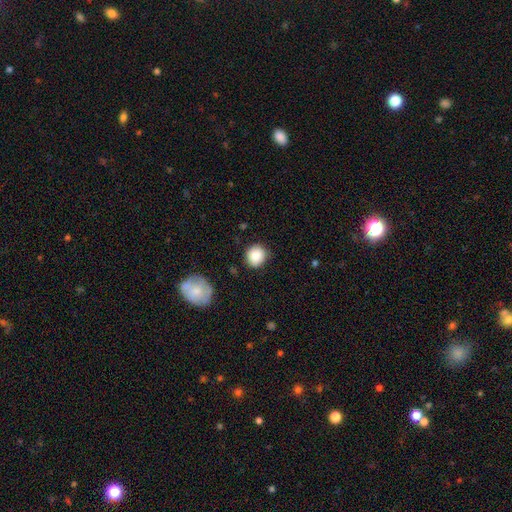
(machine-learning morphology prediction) The model was most divided on "merging": none: 84%, minor disturbance: 12%, major disturbance: 3%, merger: 2%. More confident: how rounded — round (87%); smooth or featured — smooth (87%).